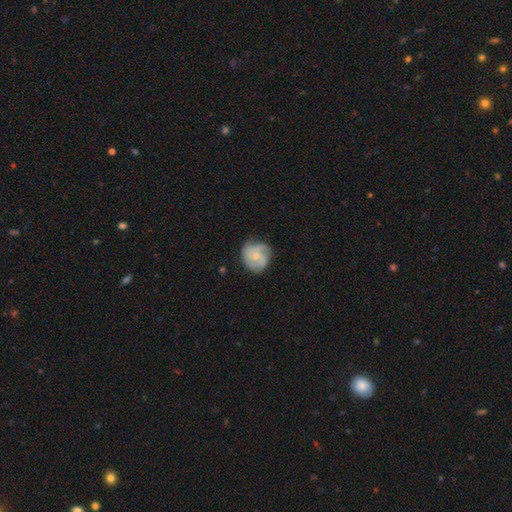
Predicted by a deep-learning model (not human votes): A featured or disk galaxy (67%) with no bar (75%), 3 (47%) tight (47%) spiral arms (91%) and a small central bulge (63%).

Vote fractions:
- Smooth or featured? featured or disk: 67% / smooth: 27% / star or artifact: 6%
- Edge-on disk? no: 98% / yes: 2%
- Bar? no: 75% / weak: 22% / strong: 3%
- Spiral arms? yes: 91% / no: 9%
- Spiral winding? tight: 47% / medium: 41% / loose: 12%
- Spiral arm count? 3: 47% / can't tell: 18% / 2: 15% / 4: 12% / 1: 4% / more than 4: 4%
- Bulge size? small: 63% / moderate: 29% / none: 6% / large: 1% / dominant: 1%
- Merging? none: 68% / minor disturbance: 23% / major disturbance: 7% / merger: 1%